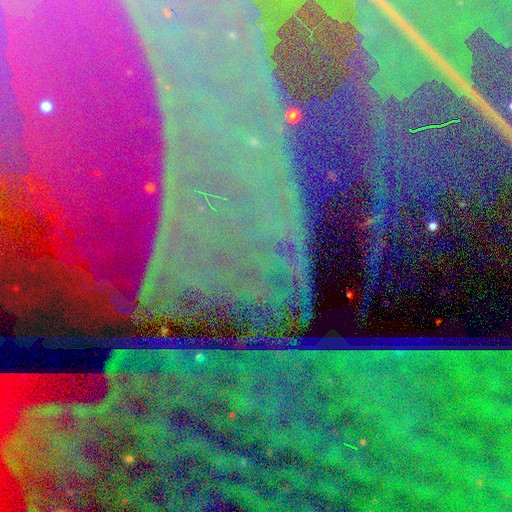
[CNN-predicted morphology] smooth_or_featured: star or artifact (p=0.88) [alt: featured or disk p=0.07]